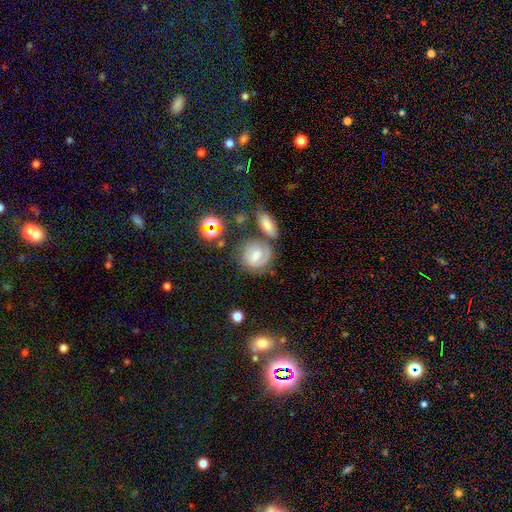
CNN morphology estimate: Smooth or featured: smooth — 46% (featured or disk — 41%)
Merging: none — 60% (minor disturbance — 17%)